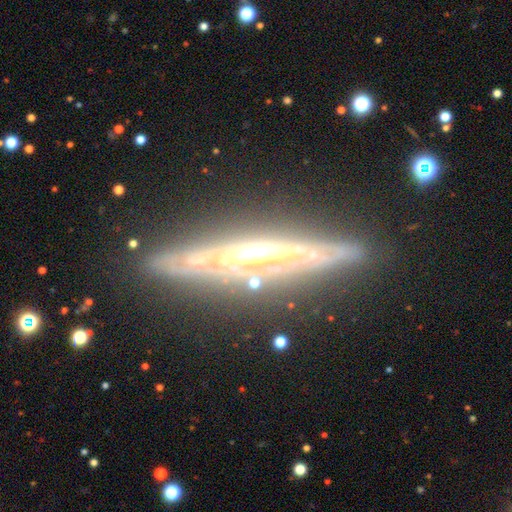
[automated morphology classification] A featured or disk galaxy (83%) viewed edge-on (92%) with no central bulge (49%). Merging: none (82%).